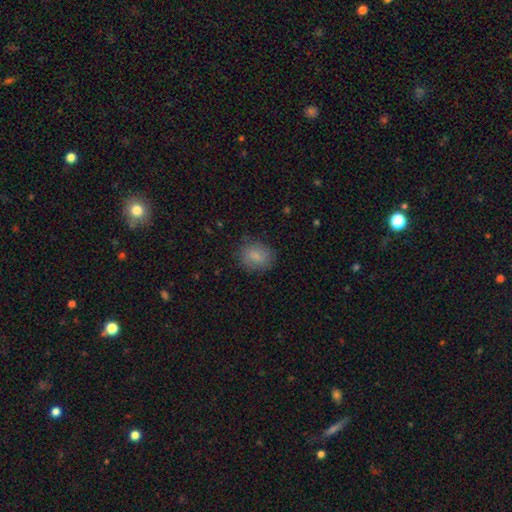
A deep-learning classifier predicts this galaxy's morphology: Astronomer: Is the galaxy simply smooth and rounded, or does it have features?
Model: smooth — 82%.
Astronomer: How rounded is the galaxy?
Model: round — 52% (runner-up: in between, 47%).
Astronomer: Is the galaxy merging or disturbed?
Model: none — 81%.